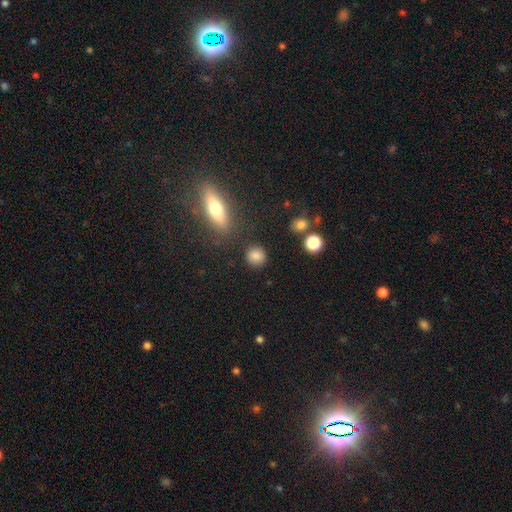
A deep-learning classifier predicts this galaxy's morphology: type=smooth (84%); roundness=round (84%); merging=none (84%).